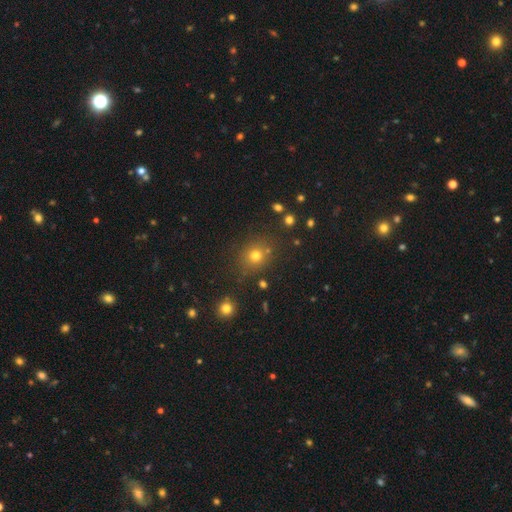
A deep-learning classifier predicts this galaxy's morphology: type=smooth (71%); roundness=round (81%); merging=none (80%).